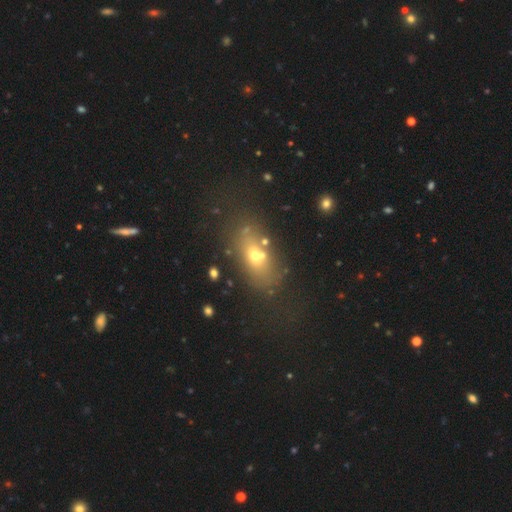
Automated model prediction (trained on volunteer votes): A smooth galaxy with no disk features (55%) that is in between round and cigar-shaped (73%).

Vote fractions:
- Smooth or featured? smooth: 55% / featured or disk: 27% / star or artifact: 17%
- How rounded? in between: 73% / round: 16% / cigar-shaped: 11%
- Merging? none: 55% / merger: 18% / minor disturbance: 16% / major disturbance: 11%